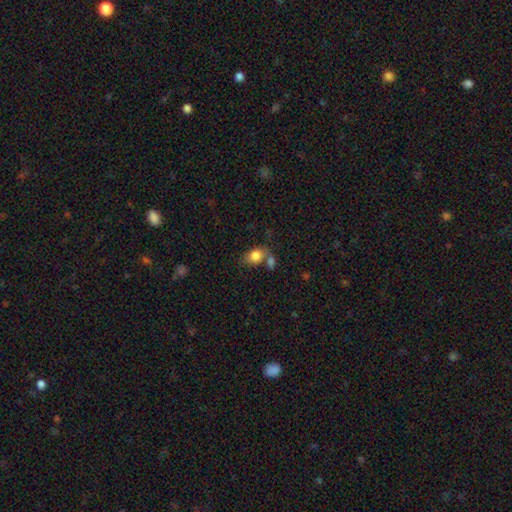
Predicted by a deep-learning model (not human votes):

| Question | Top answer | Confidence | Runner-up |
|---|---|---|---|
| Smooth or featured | smooth | 83% | featured or disk (9%) |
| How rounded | in between | 72% | round (27%) |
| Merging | none | 46% | merger (31%) |